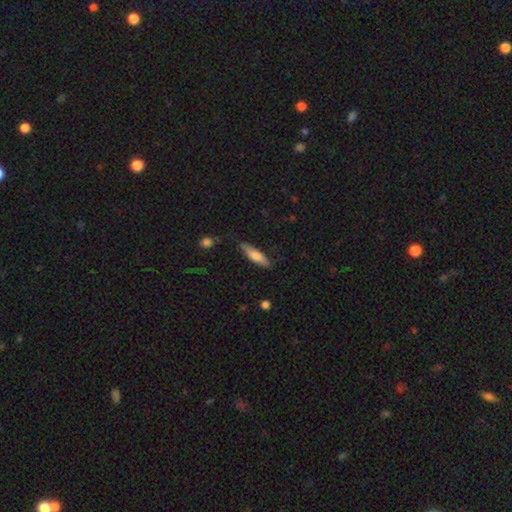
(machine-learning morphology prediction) type=smooth (66%); roundness=cigar-shaped (66%); merging=none (79%).